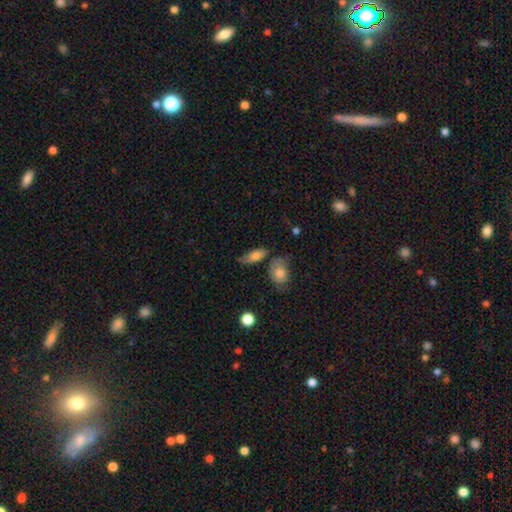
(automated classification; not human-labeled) smooth 74%, featured or disk 18%, star or artifact 8%. Down the decision tree: how rounded — in between (75%); merging — none (54%).